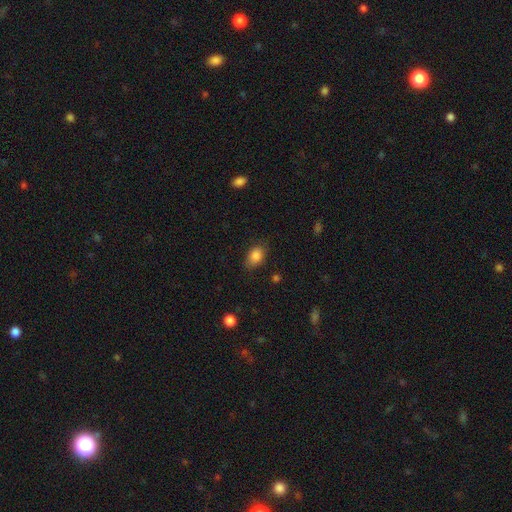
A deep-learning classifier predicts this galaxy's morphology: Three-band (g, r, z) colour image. It shows a smooth galaxy with no disk features (86%) that is in between round and cigar-shaped (79%). Merging: none (75%).